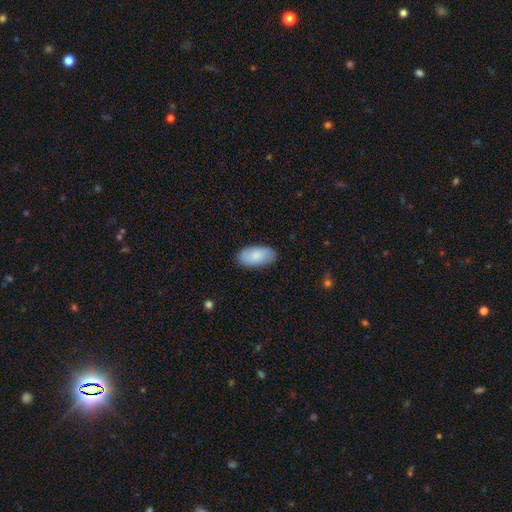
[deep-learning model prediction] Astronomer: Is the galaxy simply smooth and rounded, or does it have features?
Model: smooth — 83%.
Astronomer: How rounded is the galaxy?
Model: in between — 95%.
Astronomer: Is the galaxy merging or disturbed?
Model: none — 85%.